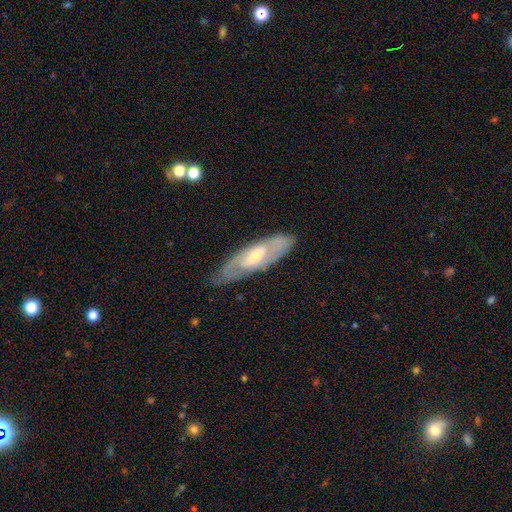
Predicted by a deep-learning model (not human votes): Smooth or featured? featured or disk (70%)
Edge-on disk? no (79%)
Bar? weak (45%)
Spiral arms? yes (75%)
Bulge size? moderate (48%)
Merging? none (74%)